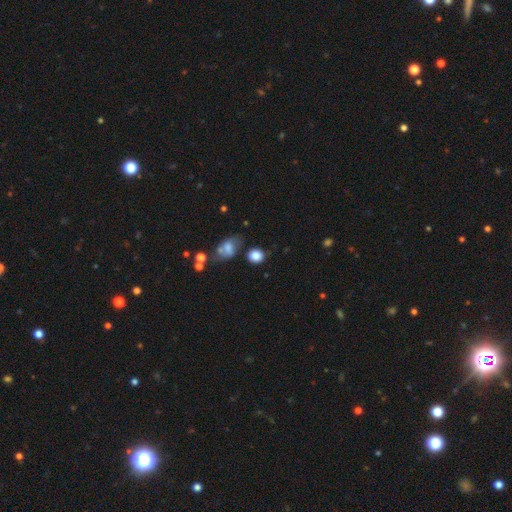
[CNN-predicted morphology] Smooth or featured?
  - smooth: 83% *
  - star or artifact: 10%
  - featured or disk: 6%
How rounded?
  - round: 74% *
  - in between: 25%
  - cigar-shaped: 1%
Merging?
  - none: 72% *
  - minor disturbance: 15%
  - merger: 7%
  - major disturbance: 5%